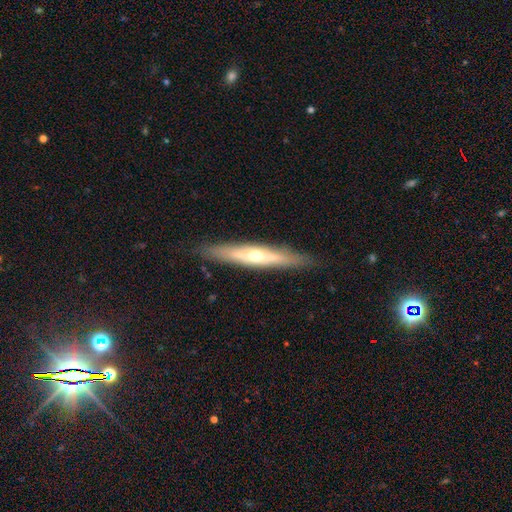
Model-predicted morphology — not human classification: Smooth or featured? Predicted: featured or disk (p=0.61). Edge-on disk? Predicted: yes (p=0.82). Merging? Predicted: none (p=0.86).